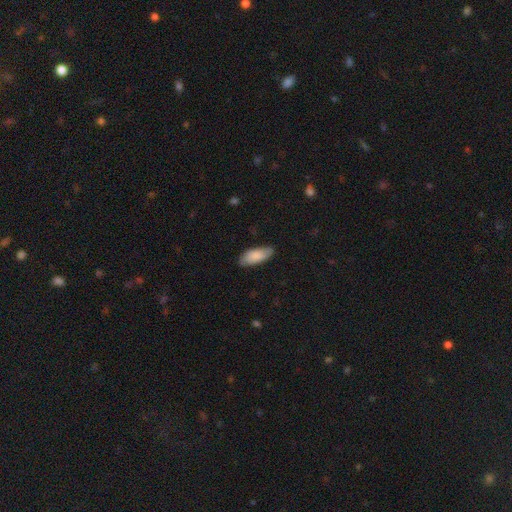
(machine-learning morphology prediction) type=smooth (85%); roundness=in between (79%); merging=none (82%).